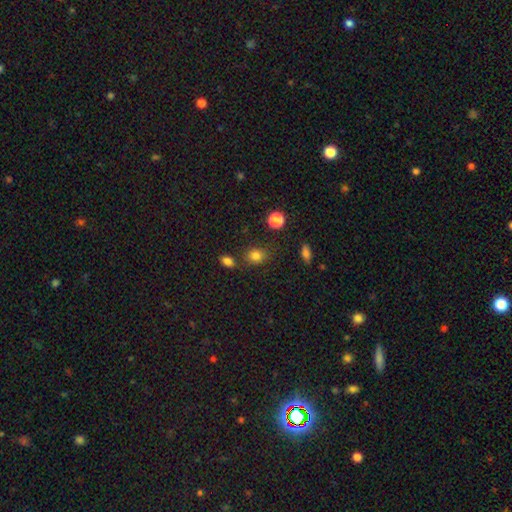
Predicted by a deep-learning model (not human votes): Morphology: type=smooth (81%); roundness=in between (50%); merging=none (74%).